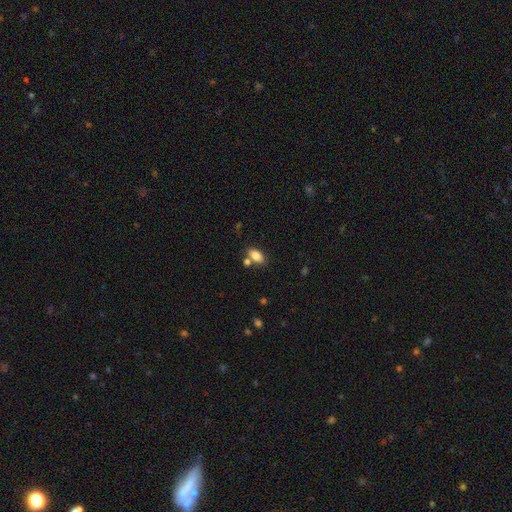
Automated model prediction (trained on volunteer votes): Smooth or featured: smooth — 84% (star or artifact — 8%)
How rounded: in between — 91% (round — 5%)
Merging: none — 67% (merger — 16%)